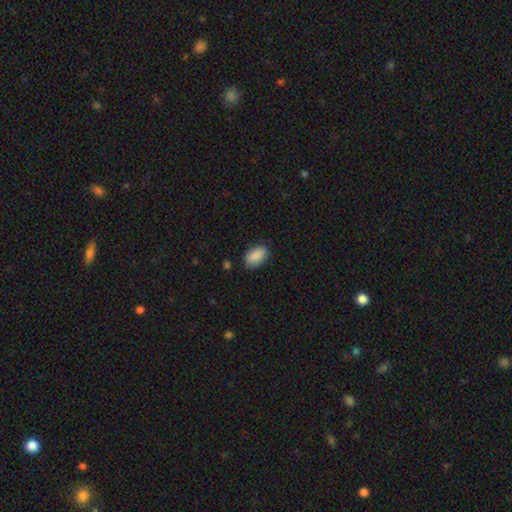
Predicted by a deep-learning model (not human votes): This appears to be a smooth galaxy with no disk features (88%) that is in between round and cigar-shaped (92%). Merging: none (80%).